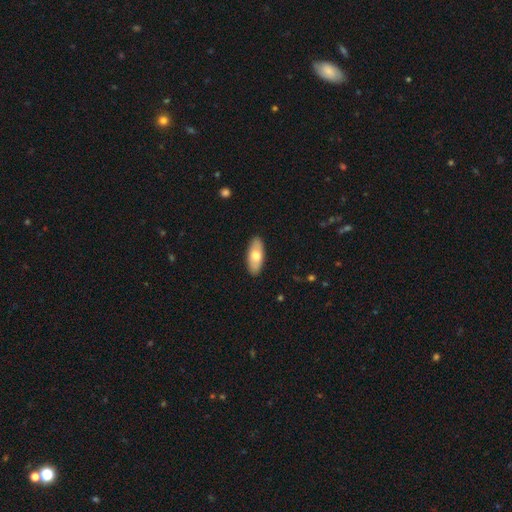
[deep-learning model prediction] smooth_or_featured: smooth (p=0.69) [alt: featured or disk p=0.26]
how_rounded: in between (p=0.84) [alt: cigar-shaped p=0.14]
merging: none (p=0.90) [alt: minor disturbance p=0.08]